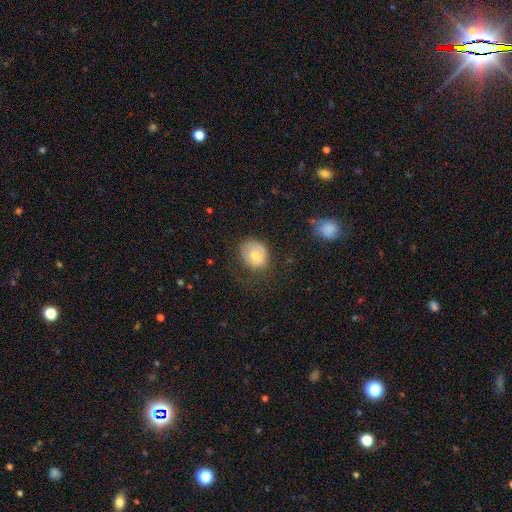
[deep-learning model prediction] Smooth or featured? Predicted: smooth (p=0.68). How rounded? Predicted: round (p=0.55). Merging? Predicted: none (p=0.51).